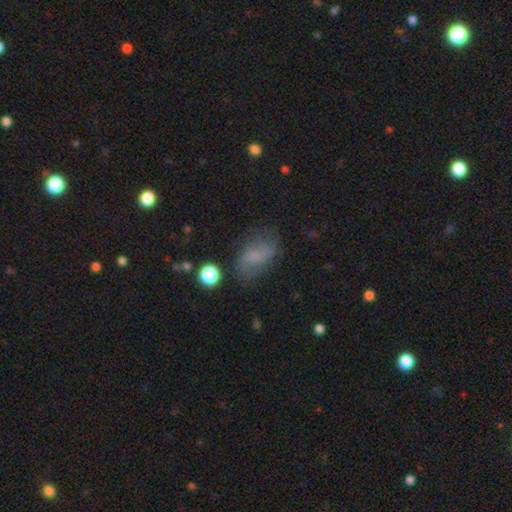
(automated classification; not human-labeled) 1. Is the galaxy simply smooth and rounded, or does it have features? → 60% smooth, 28% featured or disk, 13% star or artifact.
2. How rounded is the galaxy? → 86% in between, 9% round, 4% cigar-shaped.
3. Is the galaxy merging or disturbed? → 62% none, 24% minor disturbance, 11% major disturbance, 3% merger.